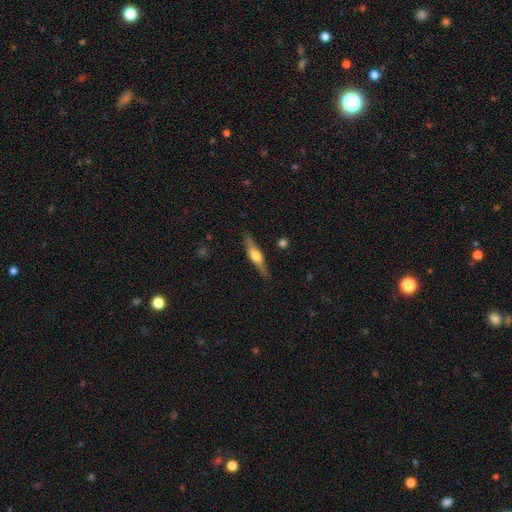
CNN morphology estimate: Smooth or featured? Predicted: featured or disk (p=0.60). Edge-on disk? Predicted: yes (p=0.95). Edge-on bulge? Predicted: rounded (p=0.90). Merging? Predicted: none (p=0.86).